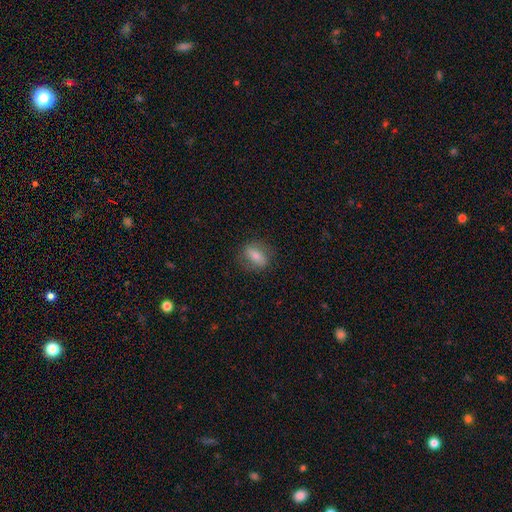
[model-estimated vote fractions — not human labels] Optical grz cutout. It shows a smooth galaxy with no disk features (66%) that is in between round and cigar-shaped (72%). Merging: none (79%).